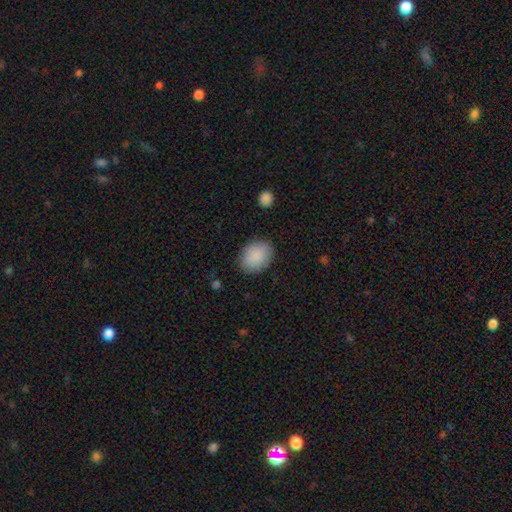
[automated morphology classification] Overall: smooth (89%). How rounded: in between (69%; round 30%). Merging: none (85%).